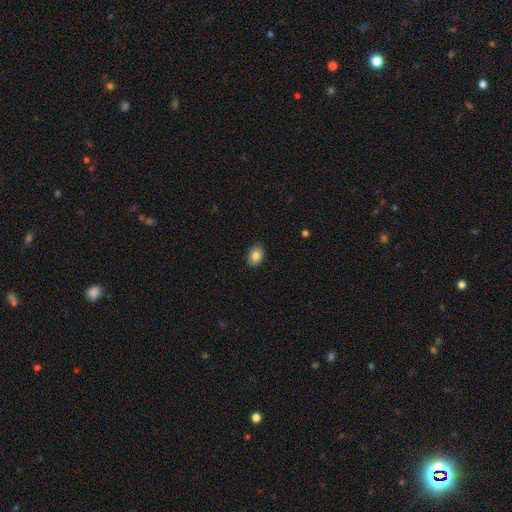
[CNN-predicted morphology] This is clearly a smooth galaxy (82%). How rounded: likely in between (74%). Merging: clearly none (86%).